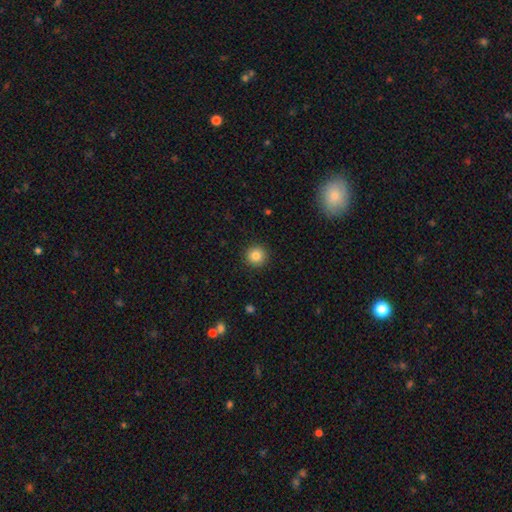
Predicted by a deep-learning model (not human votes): Smooth or featured? smooth (85%)
How rounded? round (95%)
Merging? none (92%)